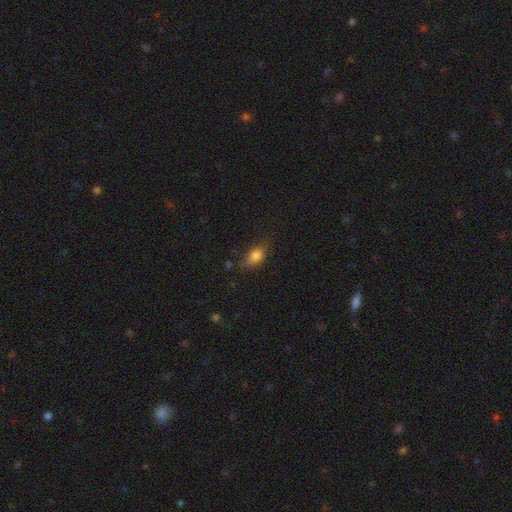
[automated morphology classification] Overall: smooth (80%). How rounded: in between (75%). Merging: none (59%; minor disturbance 29%).